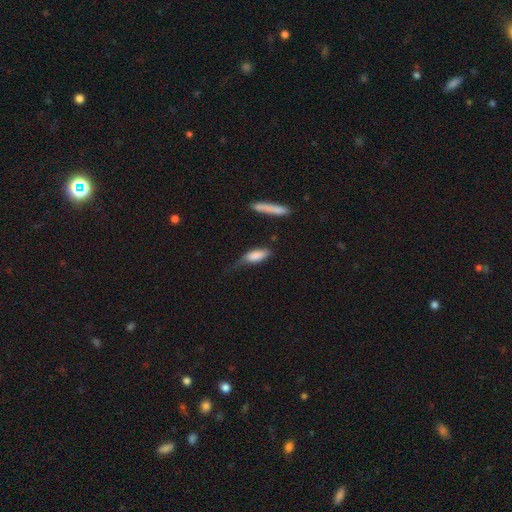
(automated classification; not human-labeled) The model was most divided on "merging": minor disturbance: 38%, none: 31%, major disturbance: 26%, merger: 5%. More confident: smooth or featured — smooth (80%); how rounded — in between (69%).